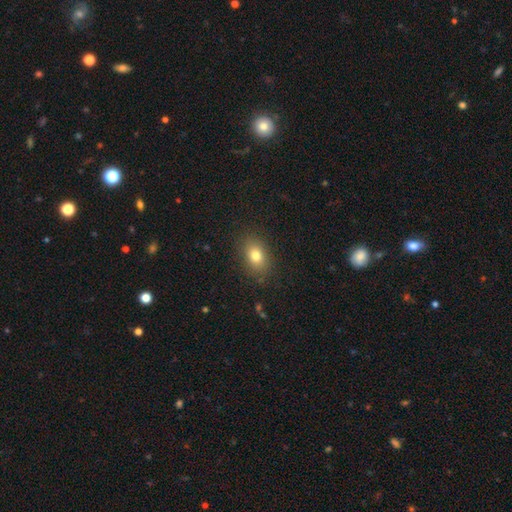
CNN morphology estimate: This is likely a smooth galaxy (79%). How rounded: likely in between (77%). Merging: clearly none (86%).